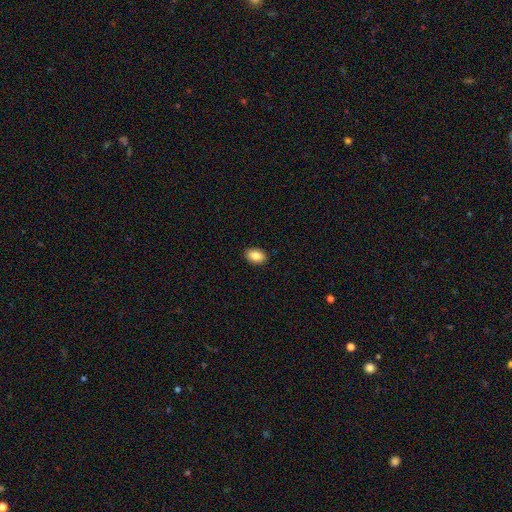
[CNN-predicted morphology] type=smooth (86%); roundness=in between (87%); merging=none (90%).